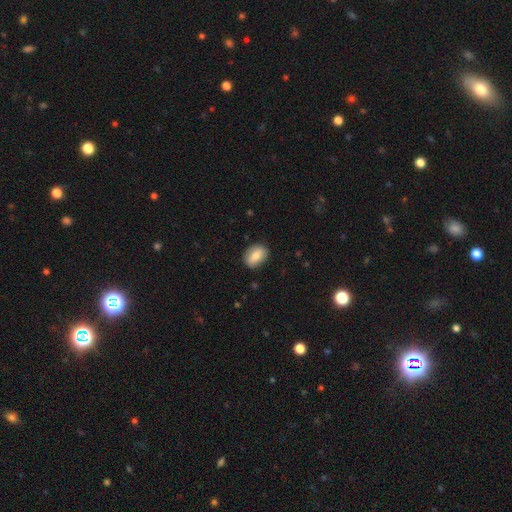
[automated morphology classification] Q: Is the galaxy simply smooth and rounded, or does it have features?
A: smooth — 79%.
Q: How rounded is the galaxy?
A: in between — 78%.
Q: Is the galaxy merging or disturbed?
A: none — 84%.